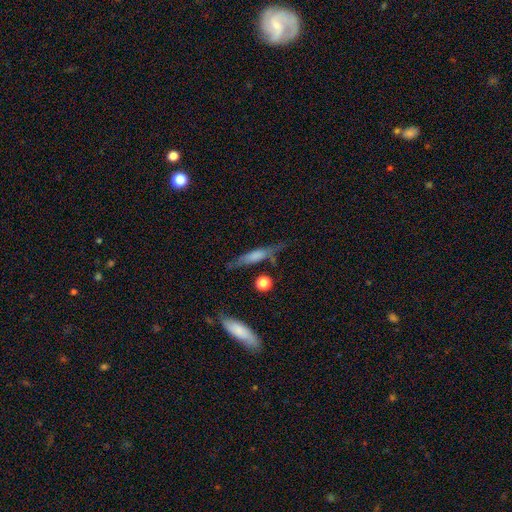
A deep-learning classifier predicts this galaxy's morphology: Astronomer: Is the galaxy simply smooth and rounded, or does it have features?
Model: smooth — 50% (runner-up: featured or disk, 41%).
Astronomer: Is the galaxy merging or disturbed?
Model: none — 61%.